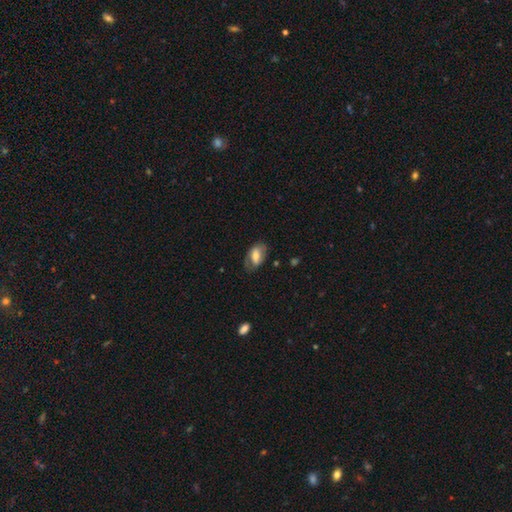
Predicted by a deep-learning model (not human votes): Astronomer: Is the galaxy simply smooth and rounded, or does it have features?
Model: smooth — 53% (runner-up: featured or disk, 40%).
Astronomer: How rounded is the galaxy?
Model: in between — 91%.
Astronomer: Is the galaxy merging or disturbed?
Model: none — 66%.